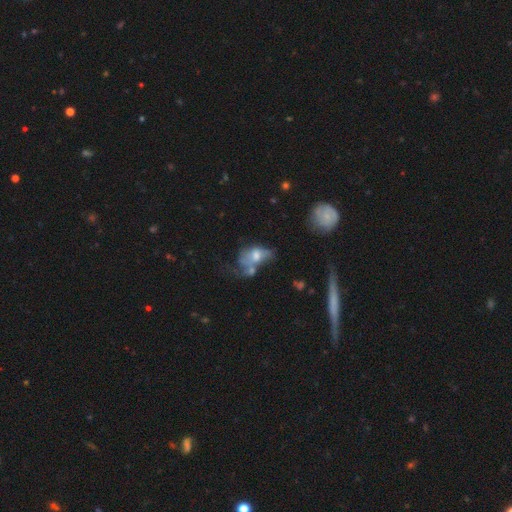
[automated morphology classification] Smooth or featured? Predicted: featured or disk (p=0.45). Merging? Predicted: major disturbance (p=0.37).